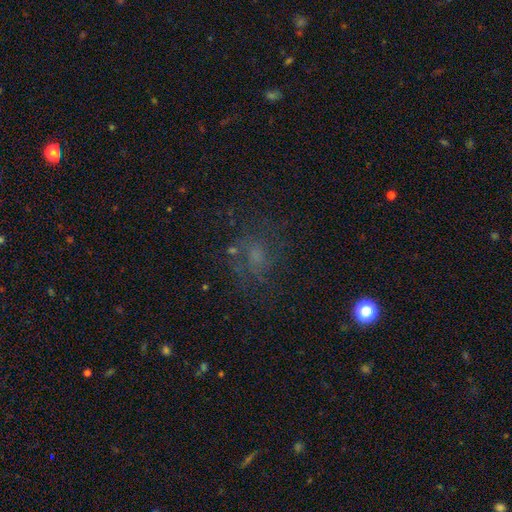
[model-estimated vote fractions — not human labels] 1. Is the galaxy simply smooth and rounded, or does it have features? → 38% featured or disk, 35% smooth, 27% star or artifact.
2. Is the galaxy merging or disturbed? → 62% none, 17% minor disturbance, 17% major disturbance, 4% merger.